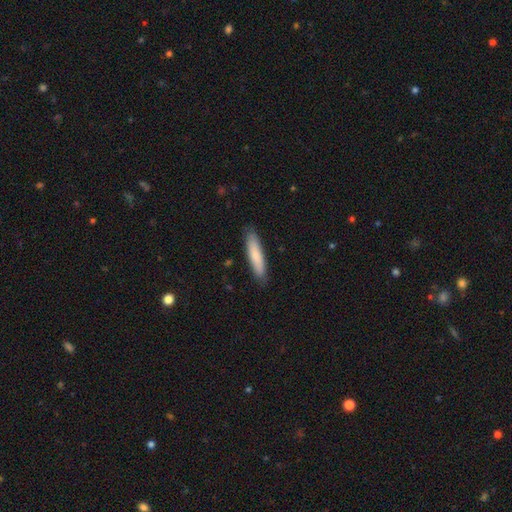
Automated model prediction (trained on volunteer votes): A smooth galaxy with no disk features (80%) that is cigar-shaped (84%).

Vote fractions:
- Smooth or featured? smooth: 80% / featured or disk: 15% / star or artifact: 5%
- How rounded? cigar-shaped: 84% / in between: 15% / round: 1%
- Merging? none: 88% / minor disturbance: 9% / major disturbance: 2% / merger: 1%